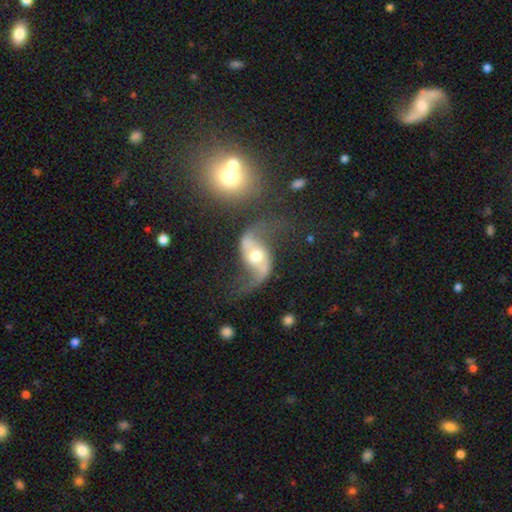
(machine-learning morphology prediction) This appears to be a featured or disk galaxy (88%) with no bar (37%), 2 (94%) loose (84%) spiral arms (95%) and a moderate central bulge (67%). Merging: none (63%).